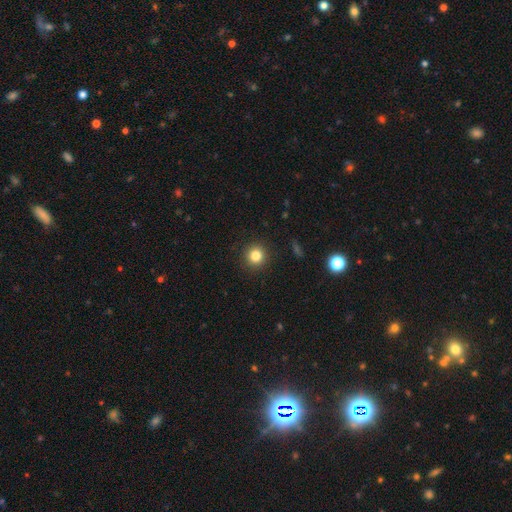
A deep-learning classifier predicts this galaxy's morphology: This is clearly a smooth galaxy (83%). How rounded: clearly round (94%). Merging: clearly none (92%).